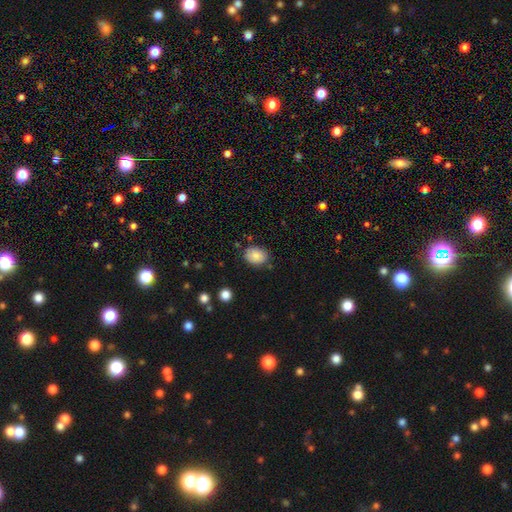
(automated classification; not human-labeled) Overall: smooth (85%). How rounded: in between (56%; round 43%). Merging: none (78%).